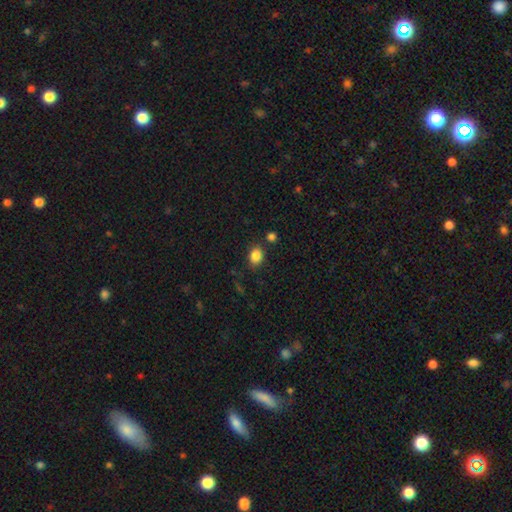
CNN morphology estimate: Smooth or featured?
  - smooth: 86% *
  - star or artifact: 10%
  - featured or disk: 5%
How rounded?
  - in between: 63% *
  - round: 36%
  - cigar-shaped: 1%
Merging?
  - none: 79% *
  - minor disturbance: 11%
  - merger: 6%
  - major disturbance: 3%